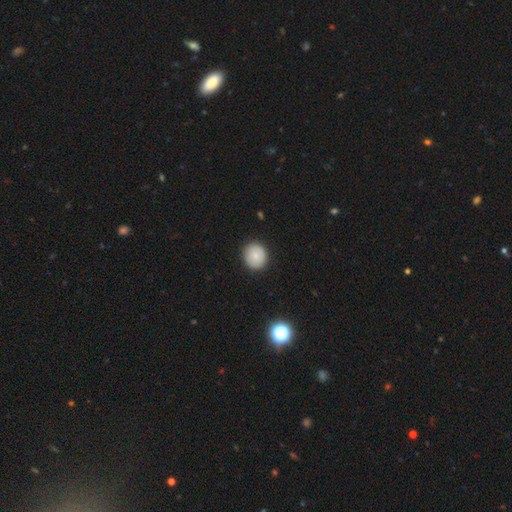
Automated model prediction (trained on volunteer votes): smooth_or_featured: smooth (p=0.81) [alt: featured or disk p=0.11]
how_rounded: round (p=0.86) [alt: in between p=0.13]
merging: none (p=0.89) [alt: minor disturbance p=0.08]